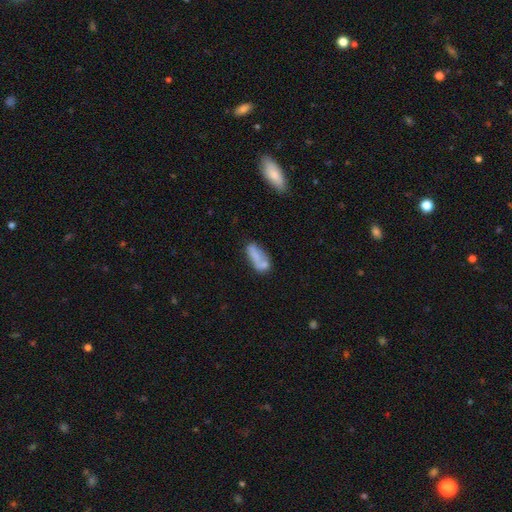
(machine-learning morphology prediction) Smooth or featured: smooth — 65% (featured or disk — 26%)
How rounded: in between — 76% (cigar-shaped — 20%)
Merging: none — 36% (merger — 31%)